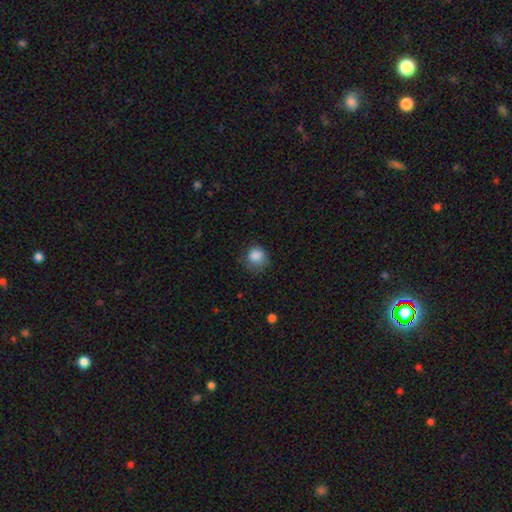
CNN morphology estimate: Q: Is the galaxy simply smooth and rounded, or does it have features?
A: smooth — 85%.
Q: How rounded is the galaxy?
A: round — 80%.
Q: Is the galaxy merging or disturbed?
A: none — 59%.